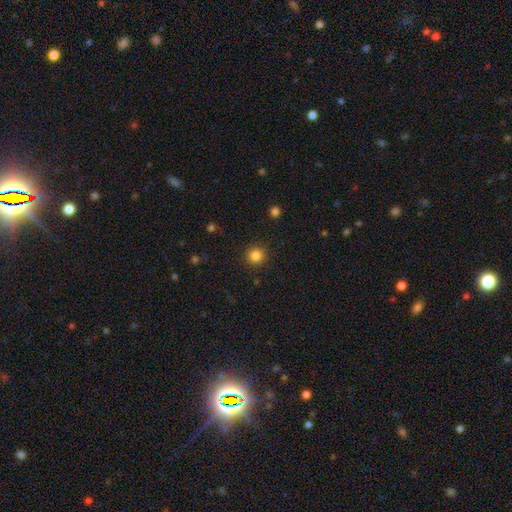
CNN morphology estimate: type=smooth (84%); roundness=round (94%); merging=none (91%).